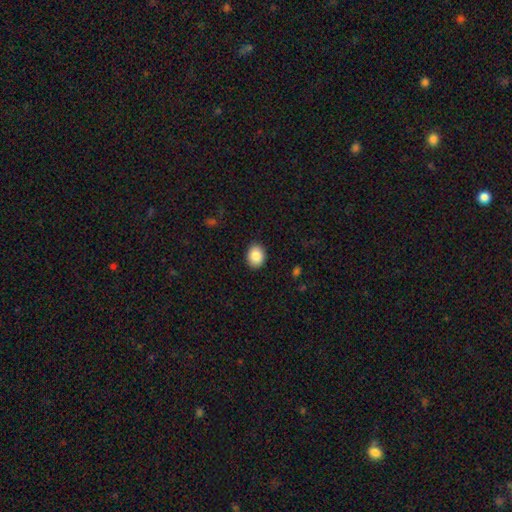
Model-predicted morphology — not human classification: A smooth galaxy with no disk features (86%) that is in between round and cigar-shaped (57%). Merging: none (90%).